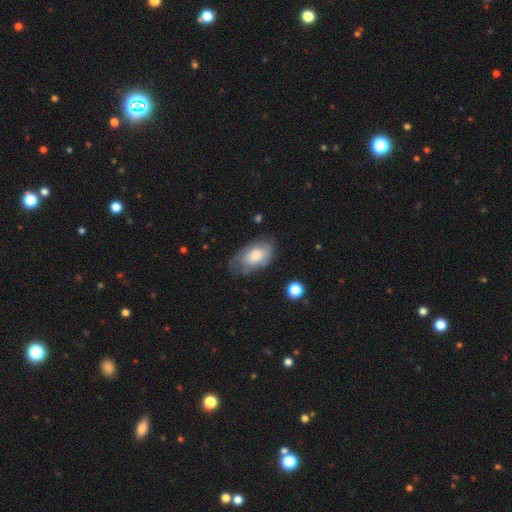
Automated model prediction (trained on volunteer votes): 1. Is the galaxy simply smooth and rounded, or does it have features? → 70% smooth, 23% featured or disk, 7% star or artifact.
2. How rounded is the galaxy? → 93% in between, 5% round, 2% cigar-shaped.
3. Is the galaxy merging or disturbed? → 57% none, 30% minor disturbance, 12% major disturbance, 2% merger.